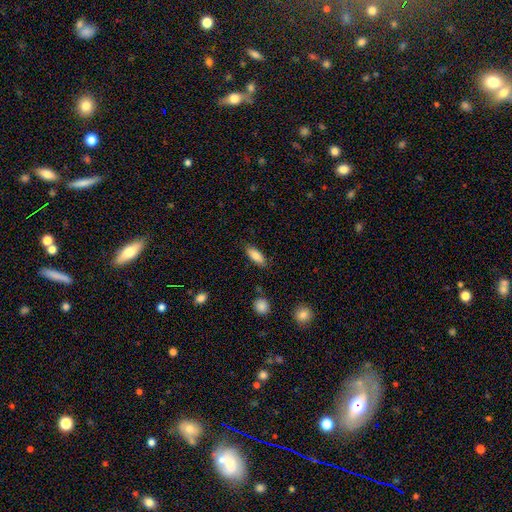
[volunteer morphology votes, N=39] Smooth or featured?
  - smooth: 79% *
  - featured or disk: 13%
  - star or artifact: 8%
How rounded?
  - in between: 77% *
  - cigar-shaped: 23%
  - round: 0%
Merging?
  - none: 89% *
  - minor disturbance: 8%
  - major disturbance: 3%
  - merger: 0%